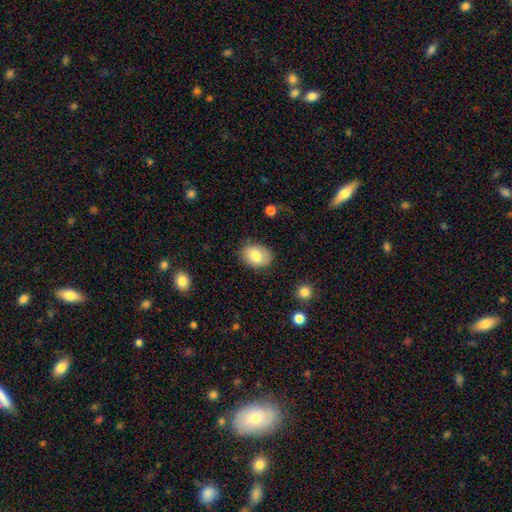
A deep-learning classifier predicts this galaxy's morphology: type=smooth (81%); roundness=in between (73%); merging=none (83%).